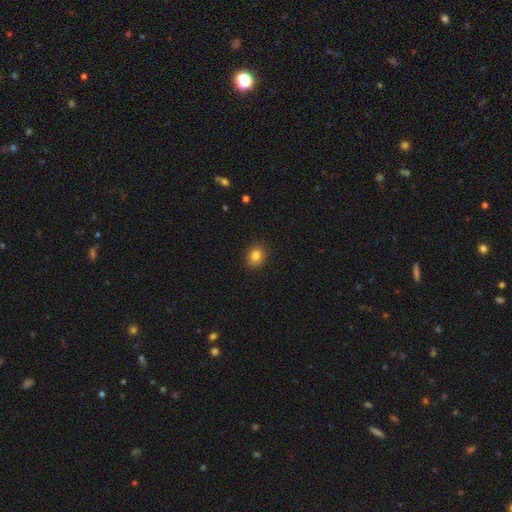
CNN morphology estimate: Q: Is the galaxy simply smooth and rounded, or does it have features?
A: smooth — 82%.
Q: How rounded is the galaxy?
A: round — 59%.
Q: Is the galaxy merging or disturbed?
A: none — 87%.